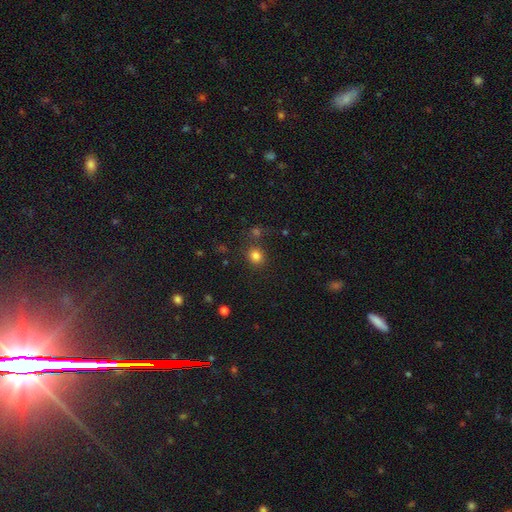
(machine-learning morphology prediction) This is clearly a smooth galaxy (81%). How rounded: clearly round (81%). Merging: likely none (78%).